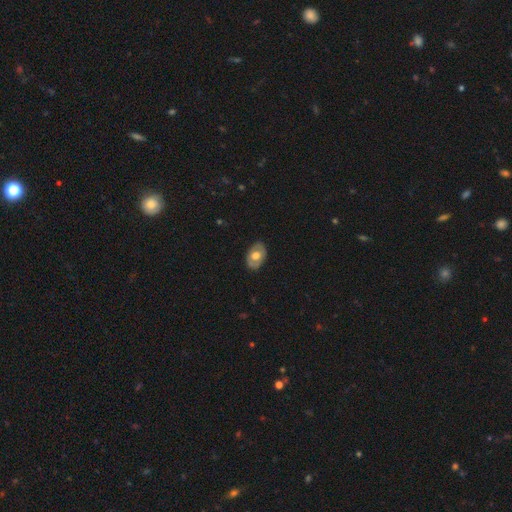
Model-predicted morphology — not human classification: Overall: smooth (50%; featured or disk 44%). How rounded: in between (82%). Merging: none (82%).